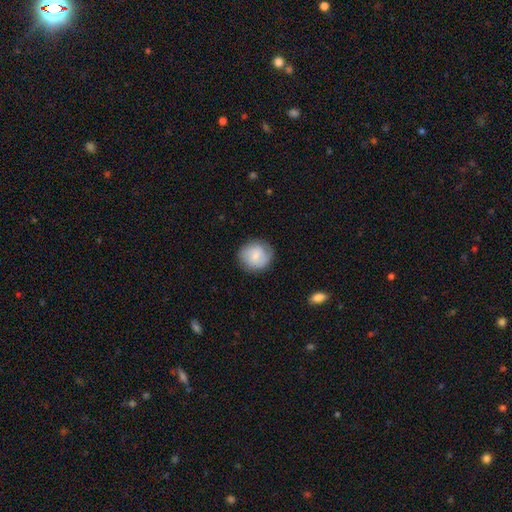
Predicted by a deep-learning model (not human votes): A smooth galaxy with no disk features (68%) that is round (86%). Merging: none (82%).